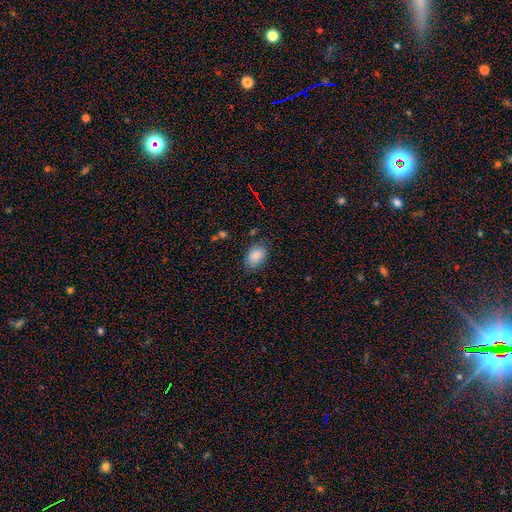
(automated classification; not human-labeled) This appears to be a smooth galaxy with no disk features (86%) that is in between round and cigar-shaped (86%). Merging: none (76%).